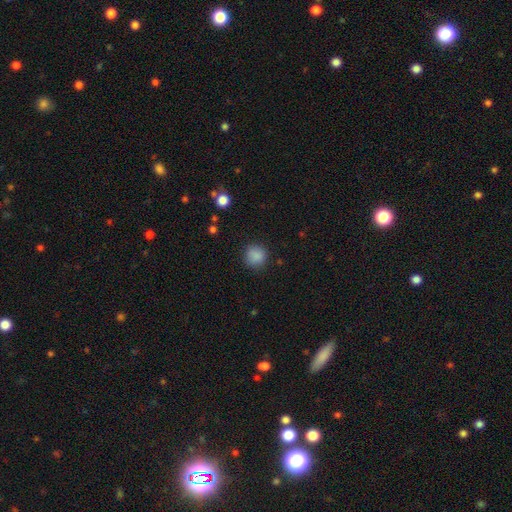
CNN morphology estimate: smooth_or_featured: smooth (p=0.87) [alt: star or artifact p=0.10]
how_rounded: round (p=0.90) [alt: in between p=0.09]
merging: none (p=0.86) [alt: minor disturbance p=0.09]